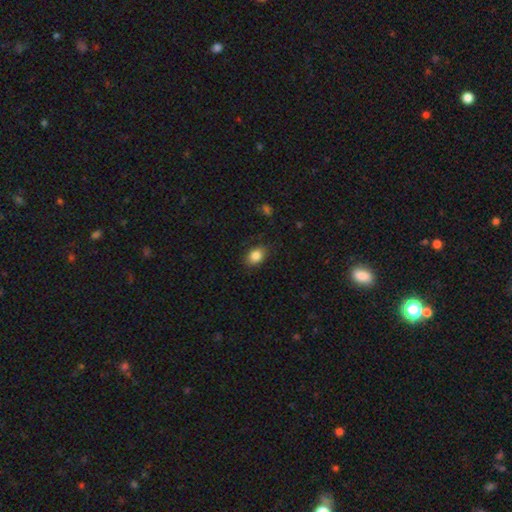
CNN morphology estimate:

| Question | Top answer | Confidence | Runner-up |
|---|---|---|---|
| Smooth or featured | smooth | 85% | star or artifact (9%) |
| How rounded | in between | 74% | round (25%) |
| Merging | none | 82% | minor disturbance (13%) |